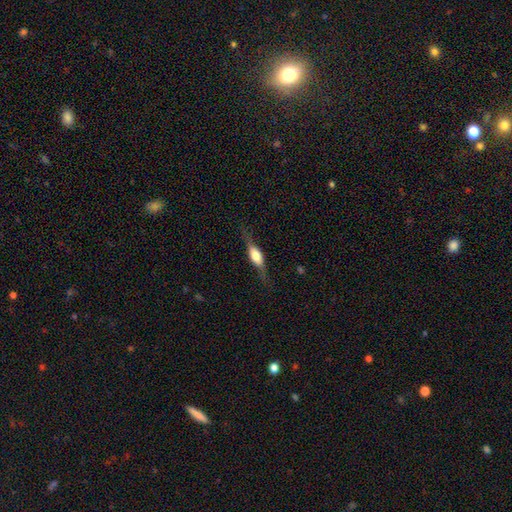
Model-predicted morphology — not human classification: Overall: featured or disk (56%; smooth 37%). Edge-on disk: yes (87%). Merging: none (73%).